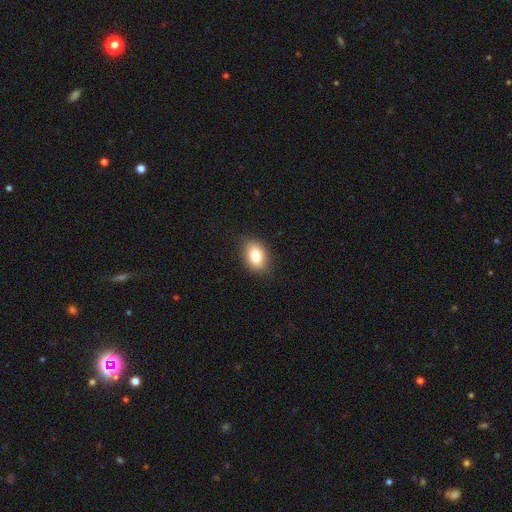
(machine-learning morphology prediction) Smooth or featured: smooth — 81% (featured or disk — 10%)
How rounded: in between — 79% (round — 20%)
Merging: none — 86% (minor disturbance — 11%)